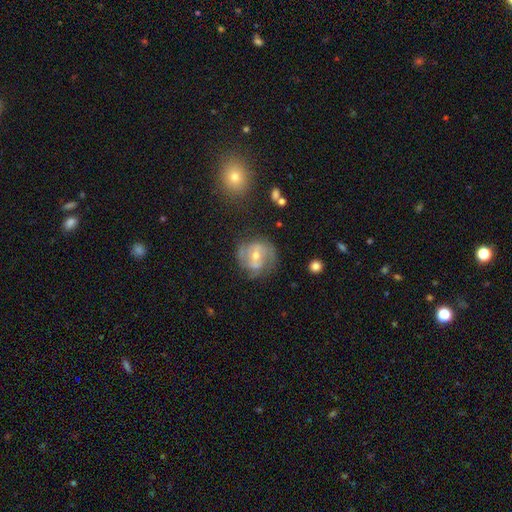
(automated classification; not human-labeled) Smooth or featured: featured or disk — 71% (smooth — 22%)
Edge-on disk: no — 97% (yes — 3%)
Bar: weak — 46% (no — 35%)
Spiral arms: yes — 82% (no — 18%)
Spiral winding: medium — 42% (tied with tight — 42%)
Spiral arm count: 2 — 53% (can't tell — 26%)
Bulge size: moderate — 59% (small — 36%)
Merging: none — 61% (minor disturbance — 22%)